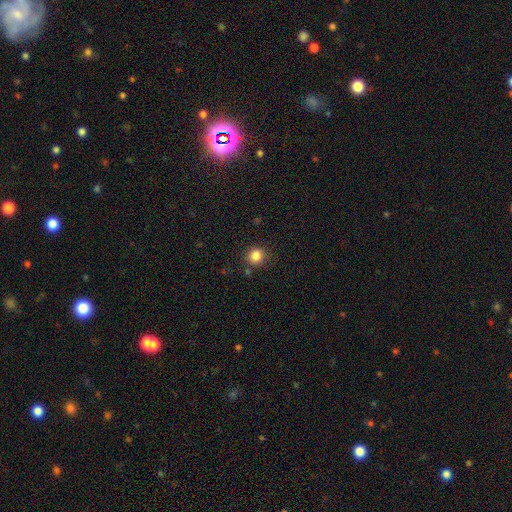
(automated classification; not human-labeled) Smooth or featured? smooth (85%)
How rounded? round (83%)
Merging? none (82%)